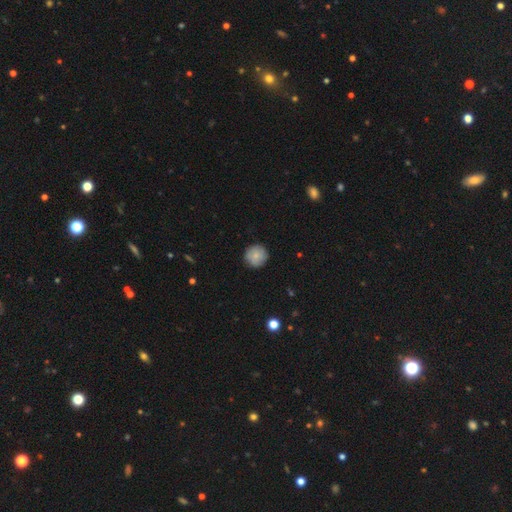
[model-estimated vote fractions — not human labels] Smooth or featured? Predicted: smooth (p=0.80). How rounded? Predicted: round (p=0.95). Merging? Predicted: none (p=0.87).